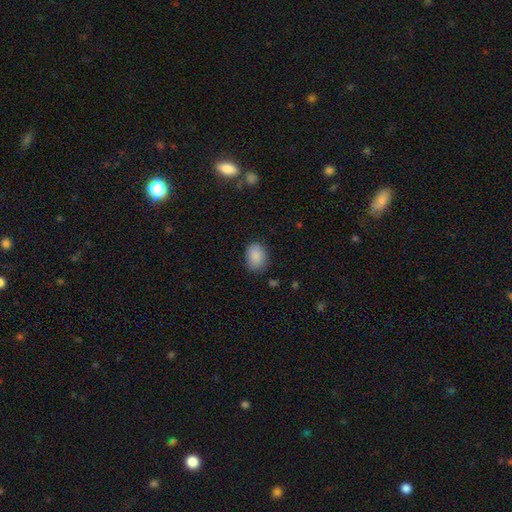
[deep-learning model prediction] Smooth or featured: smooth — 87% (star or artifact — 8%)
How rounded: in between — 67% (round — 32%)
Merging: none — 78% (minor disturbance — 17%)